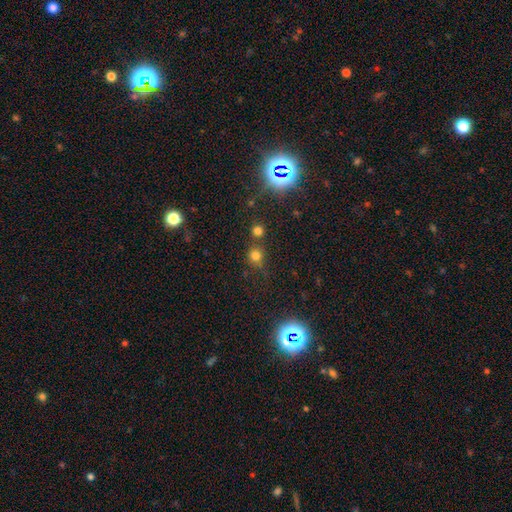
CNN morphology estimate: smooth_or_featured: smooth (p=0.72) [alt: star or artifact p=0.21]
how_rounded: round (p=0.86) [alt: in between p=0.12]
merging: none (p=0.64) [alt: merger p=0.19]